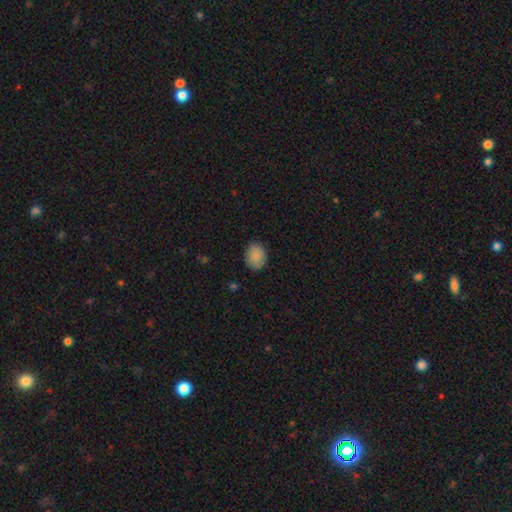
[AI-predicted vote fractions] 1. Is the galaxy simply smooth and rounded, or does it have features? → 88% smooth, 7% star or artifact, 5% featured or disk.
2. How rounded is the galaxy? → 55% in between, 44% round, 1% cigar-shaped.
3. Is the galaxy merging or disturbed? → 83% none, 13% minor disturbance, 3% major disturbance, 1% merger.